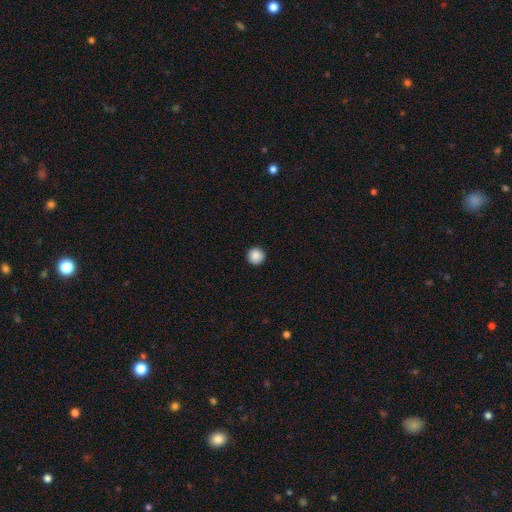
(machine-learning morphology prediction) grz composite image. It shows a smooth galaxy with no disk features (88%) that is round (96%). Merging: none (93%).